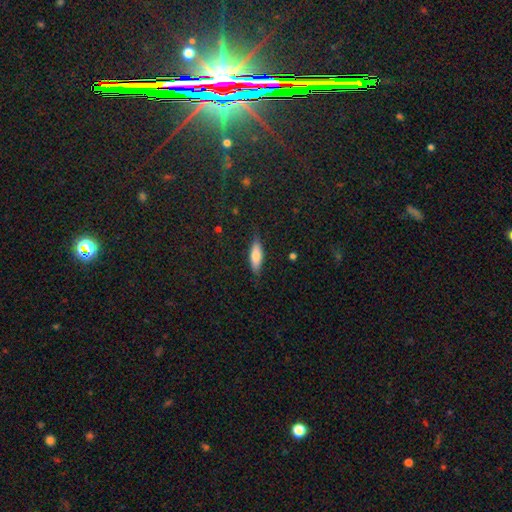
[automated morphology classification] A smooth galaxy with no disk features (74%) that is in between round and cigar-shaped (54%).

Vote fractions:
- Smooth or featured? smooth: 74% / featured or disk: 20% / star or artifact: 7%
- How rounded? in between: 54% / cigar-shaped: 44% / round: 2%
- Merging? none: 82% / minor disturbance: 14% / major disturbance: 3% / merger: 1%